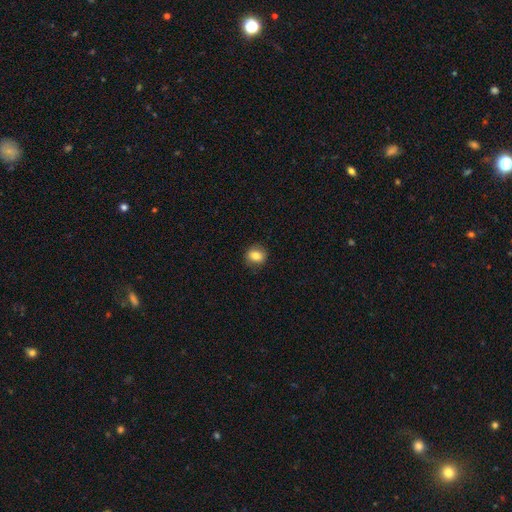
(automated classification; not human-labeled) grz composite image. It shows a smooth galaxy with no disk features (80%) that is round (66%). Merging: none (85%).